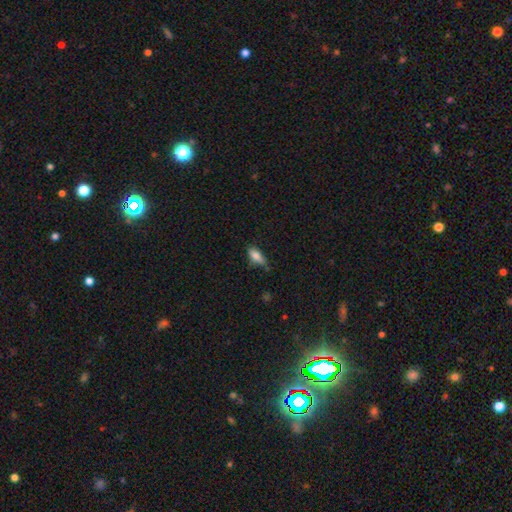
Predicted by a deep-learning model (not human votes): A smooth galaxy with no disk features (83%) that is in between round and cigar-shaped (81%).

Vote fractions:
- Smooth or featured? smooth: 83% / featured or disk: 8% / star or artifact: 8%
- How rounded? in between: 81% / cigar-shaped: 16% / round: 3%
- Merging? none: 57% / minor disturbance: 33% / major disturbance: 7% / merger: 3%